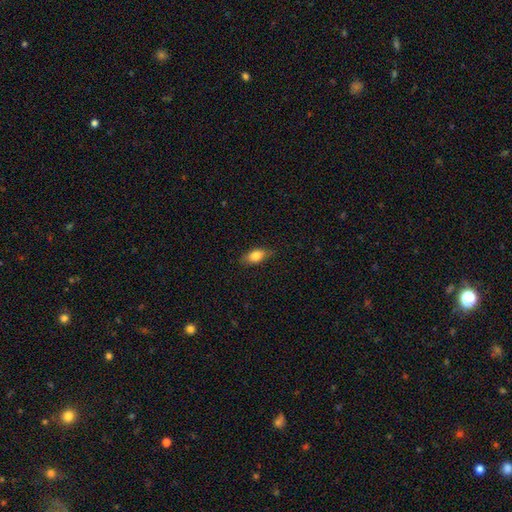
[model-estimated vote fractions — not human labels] Smooth or featured? Predicted: smooth (p=0.81). How rounded? Predicted: in between (p=0.86). Merging? Predicted: none (p=0.78).